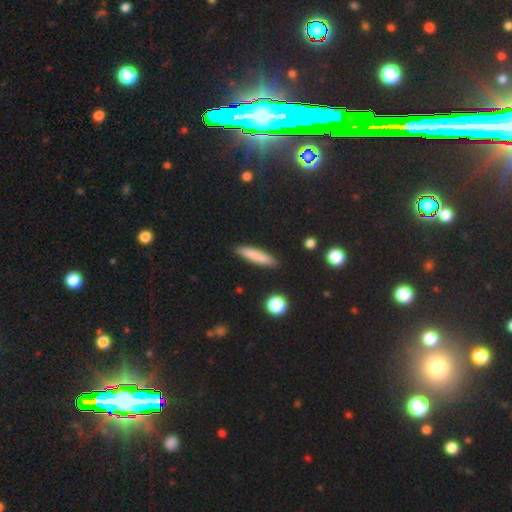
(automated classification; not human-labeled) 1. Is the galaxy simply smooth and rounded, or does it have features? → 79% smooth, 14% featured or disk, 7% star or artifact.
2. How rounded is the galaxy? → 90% cigar-shaped, 9% in between, 1% round.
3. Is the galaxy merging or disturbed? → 89% none, 7% minor disturbance, 2% major disturbance, 2% merger.